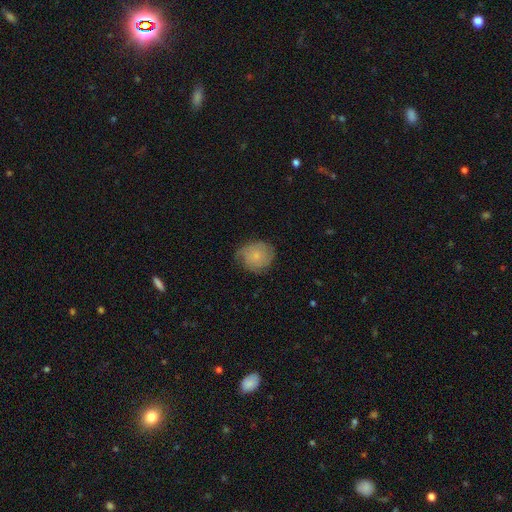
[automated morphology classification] A smooth galaxy with no disk features (54%) that is round (81%).

Vote fractions:
- Smooth or featured? smooth: 54% / featured or disk: 39% / star or artifact: 7%
- How rounded? round: 81% / in between: 18% / cigar-shaped: 1%
- Merging? none: 63% / minor disturbance: 27% / major disturbance: 9% / merger: 1%